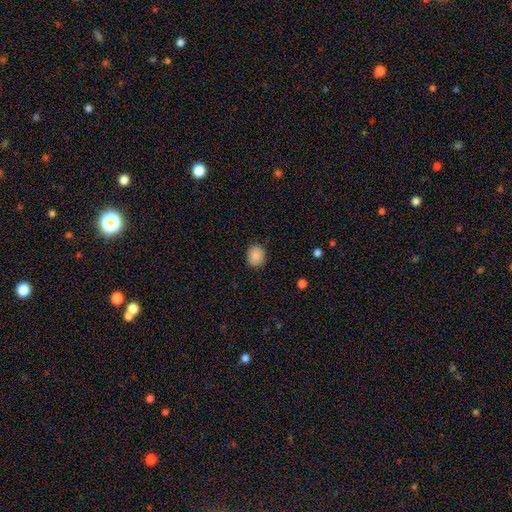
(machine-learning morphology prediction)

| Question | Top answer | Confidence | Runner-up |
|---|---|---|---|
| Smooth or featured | smooth | 86% | star or artifact (9%) |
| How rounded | round | 75% | in between (24%) |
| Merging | none | 86% | minor disturbance (11%) |